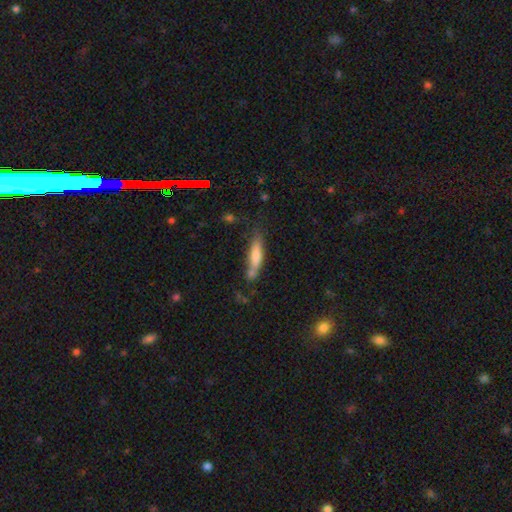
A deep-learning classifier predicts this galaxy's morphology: Overall: smooth (70%). How rounded: cigar-shaped (76%). Merging: none (58%; minor disturbance 23%).